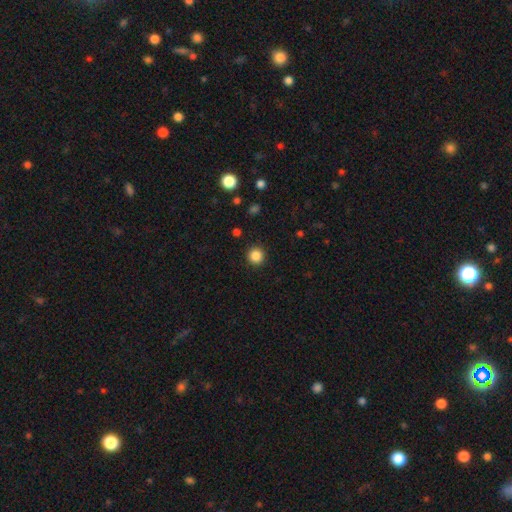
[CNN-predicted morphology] A smooth galaxy with no disk features (85%) that is round (95%). Merging: none (92%).